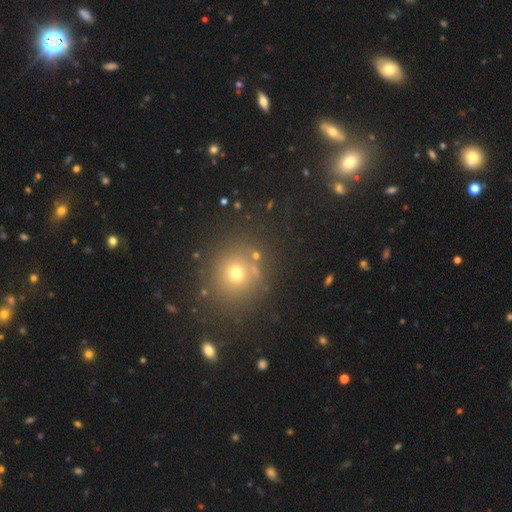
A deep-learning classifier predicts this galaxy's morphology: Smooth or featured? Predicted: smooth (p=0.57). How rounded? Predicted: round (p=0.86). Merging? Predicted: none (p=0.79).